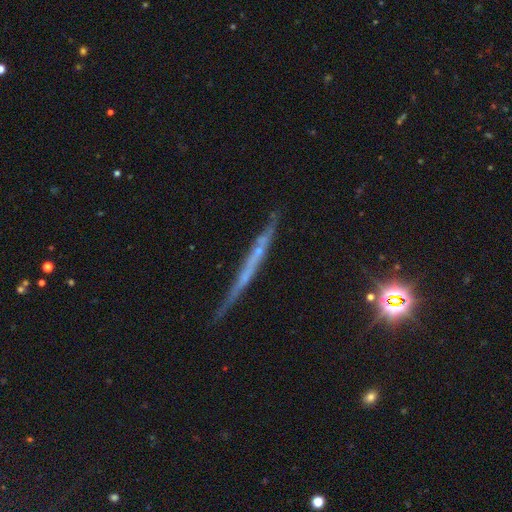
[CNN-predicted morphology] The model was most divided on "smooth or featured": featured or disk: 60%, smooth: 26%, star or artifact: 14%. More confident: edge-on disk — yes (93%); edge-on bulge — none (83%); merging — none (77%).